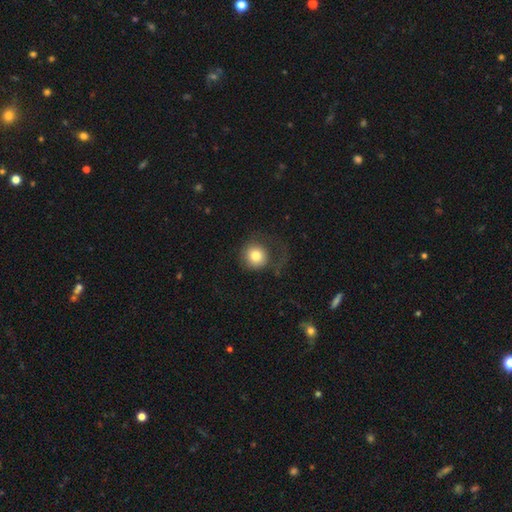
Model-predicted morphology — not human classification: smooth-or-featured: smooth: 78% | featured or disk: 13% | star or artifact: 9%
  how-rounded: round: 91% | in between: 8% | cigar-shaped: 1%
  merging: none: 48% | major disturbance: 31% | minor disturbance: 19% | merger: 2%